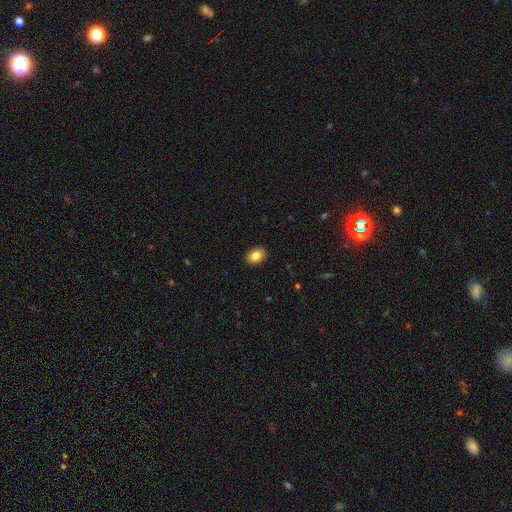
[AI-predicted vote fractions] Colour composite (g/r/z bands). It shows a smooth galaxy with no disk features (86%) that is in between round and cigar-shaped (77%). Merging: none (90%).